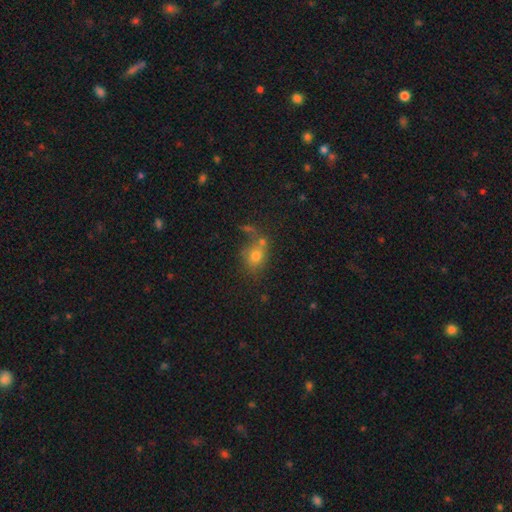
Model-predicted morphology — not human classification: Smooth or featured? smooth (71%)
How rounded? round (57%)
Merging? none (52%)